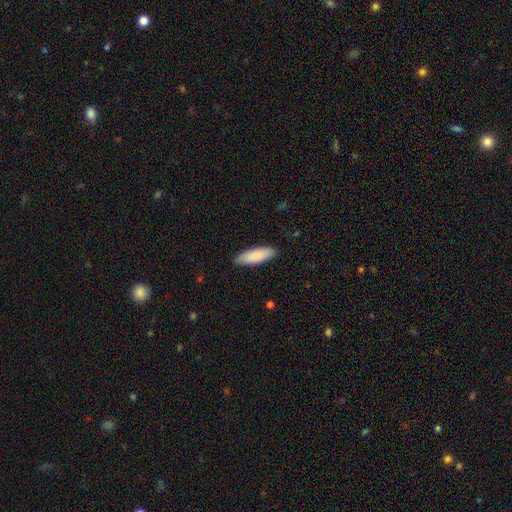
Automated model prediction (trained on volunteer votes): Smooth or featured?
  - smooth: 88% *
  - featured or disk: 7%
  - star or artifact: 5%
How rounded?
  - in between: 52% *
  - cigar-shaped: 47%
  - round: 1%
Merging?
  - none: 87% *
  - minor disturbance: 11%
  - major disturbance: 2%
  - merger: 1%